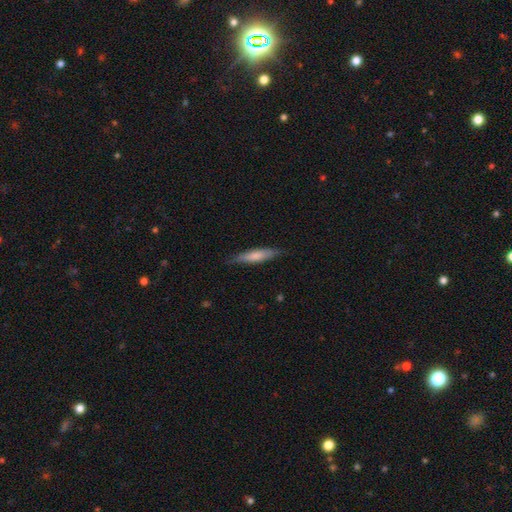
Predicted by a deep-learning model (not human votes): Smooth or featured? smooth (68%)
How rounded? cigar-shaped (84%)
Merging? none (80%)